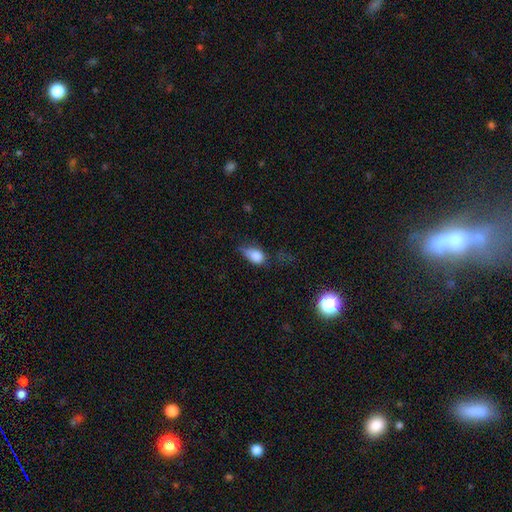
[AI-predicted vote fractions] This appears to be a smooth galaxy with no disk features (79%) that is in between round and cigar-shaped (81%). Merging: minor disturbance (39%).